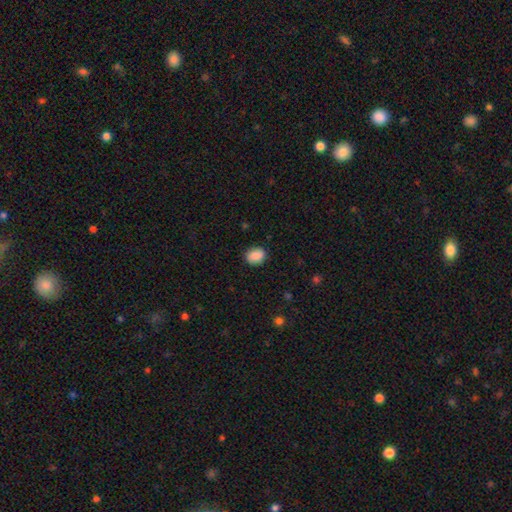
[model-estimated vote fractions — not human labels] Q: Smooth or featured?
A: smooth (86%); runner-up: star or artifact (8%)
Q: How rounded?
A: round (52%); runner-up: in between (47%)
Q: Merging?
A: none (87%); runner-up: minor disturbance (9%)